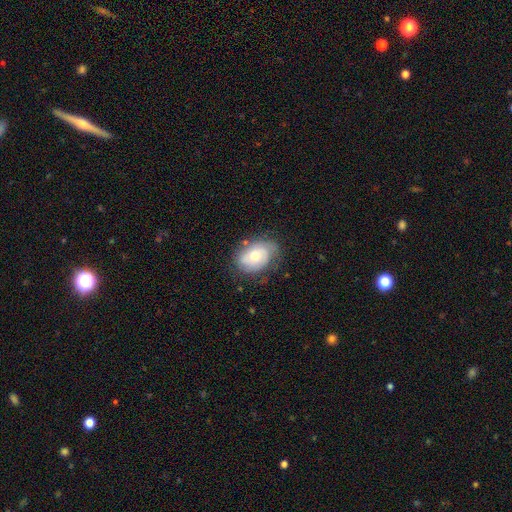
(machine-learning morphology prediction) Overall: smooth (52%; featured or disk 40%). How rounded: in between (76%). Merging: none (65%).